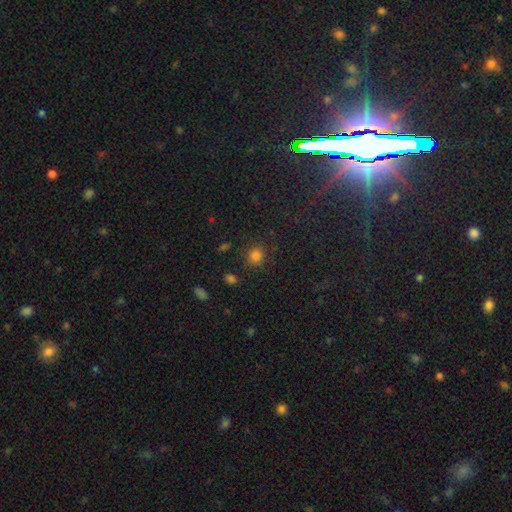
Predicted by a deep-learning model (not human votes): Smooth or featured? Predicted: smooth (p=0.79). How rounded? Predicted: round (p=0.84). Merging? Predicted: none (p=0.83).